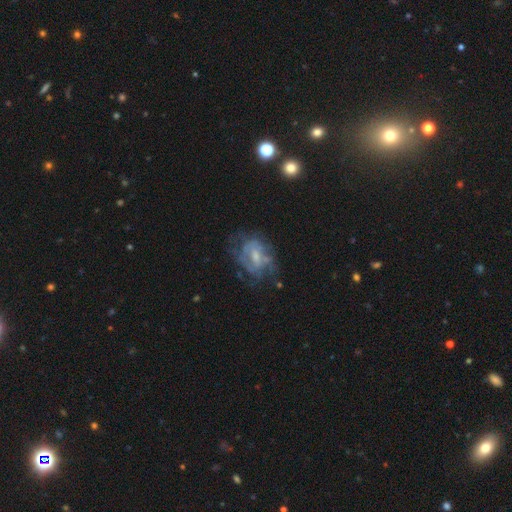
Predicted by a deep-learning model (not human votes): Morphology: type=featured or disk (67%); edge-on=no (97%); bar=no (47%); spiral arms=yes (55%); bulge=small (43%); merging=none (48%).